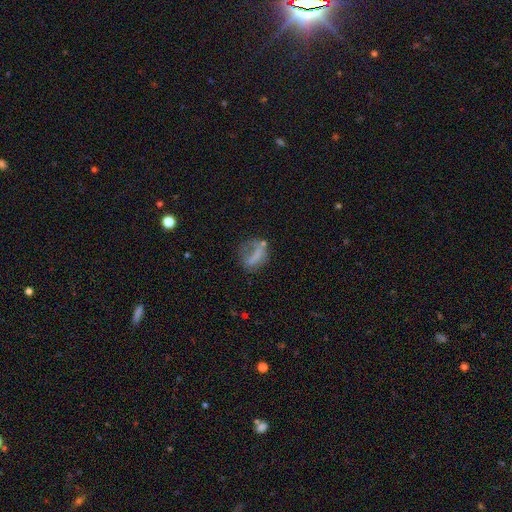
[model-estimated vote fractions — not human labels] smooth-or-featured: smooth: 57% | featured or disk: 30% | star or artifact: 13%
  how-rounded: in between: 49% | round: 40% | cigar-shaped: 11%
  merging: major disturbance: 35% (tied) | none: 35% (tied) | minor disturbance: 22% | merger: 7%